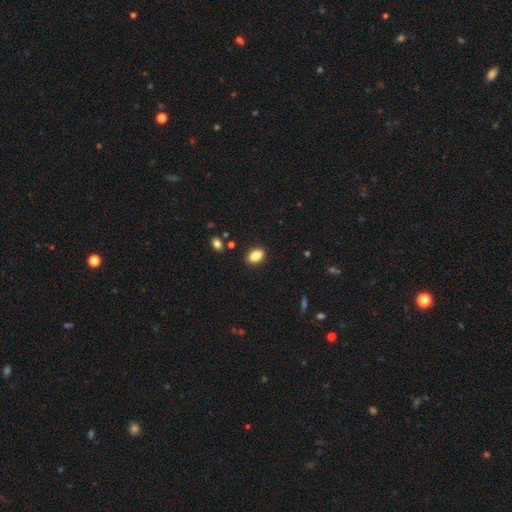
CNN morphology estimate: A smooth galaxy with no disk features (86%) that is in between round and cigar-shaped (88%).

Vote fractions:
- Smooth or featured? smooth: 86% / star or artifact: 8% / featured or disk: 6%
- How rounded? in between: 88% / round: 9% / cigar-shaped: 3%
- Merging? none: 87% / minor disturbance: 9% / major disturbance: 2% / merger: 2%